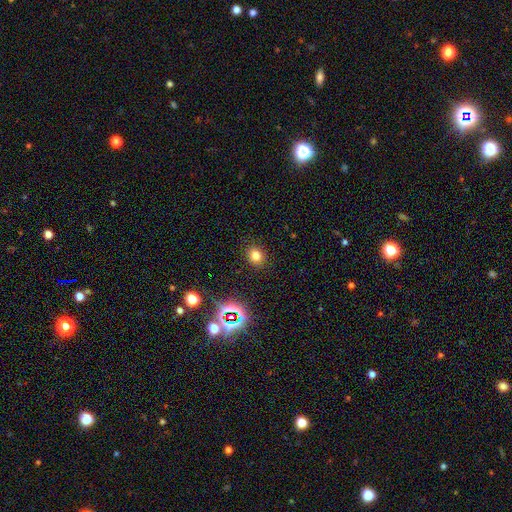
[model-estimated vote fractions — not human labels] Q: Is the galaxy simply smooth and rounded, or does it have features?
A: smooth — 75%.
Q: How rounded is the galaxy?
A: round — 67%.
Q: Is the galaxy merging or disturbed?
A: none — 88%.